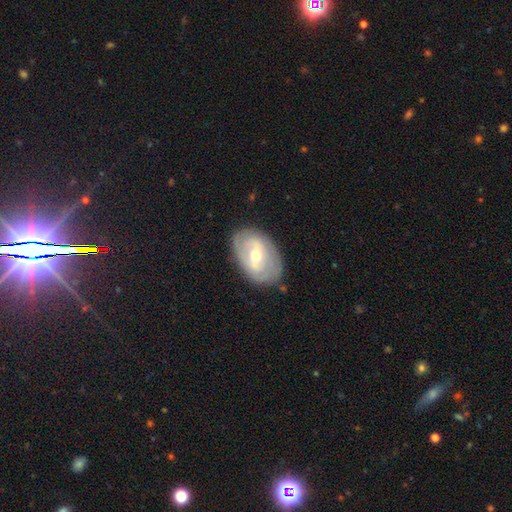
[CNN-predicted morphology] Smooth or featured?
  - featured or disk: 70% *
  - smooth: 24%
  - star or artifact: 6%
Edge-on disk?
  - no: 94% *
  - yes: 6%
Bar?
  - weak: 49% *
  - strong: 28%
  - no: 23%
Spiral arms?
  - yes: 70% *
  - no: 30%
Bulge size?
  - moderate: 65% *
  - small: 30%
  - large: 4%
  - none: 1%
  - dominant: 1%
Merging?
  - none: 78% *
  - minor disturbance: 16%
  - major disturbance: 5%
  - merger: 1%